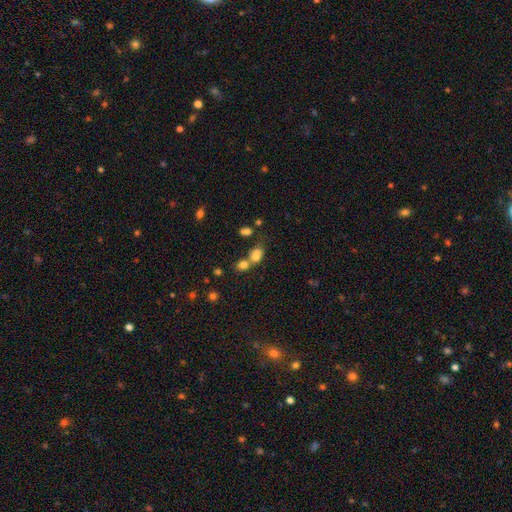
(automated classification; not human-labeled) Overall: smooth (73%). How rounded: in between (63%; round 34%). Merging: merger (53%; none 32%).